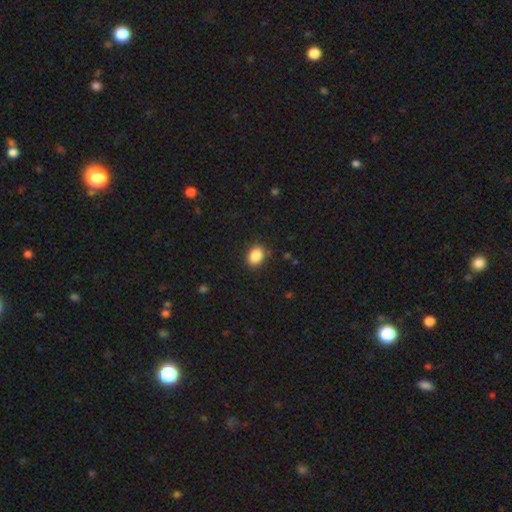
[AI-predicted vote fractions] smooth_or_featured: smooth (p=0.87) [alt: star or artifact p=0.09]
how_rounded: in between (p=0.60) [alt: round p=0.39]
merging: none (p=0.86) [alt: minor disturbance p=0.10]